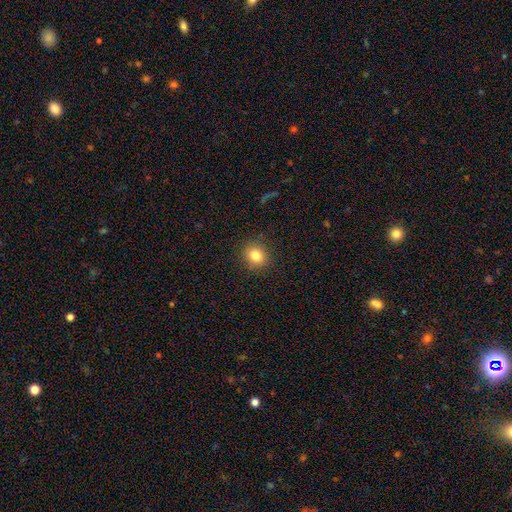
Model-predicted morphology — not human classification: A smooth galaxy with no disk features (82%) that is round (74%).

Vote fractions:
- Smooth or featured? smooth: 82% / star or artifact: 11% / featured or disk: 7%
- How rounded? round: 74% / in between: 25% / cigar-shaped: 1%
- Merging? none: 89% / minor disturbance: 7% / major disturbance: 2% / merger: 1%